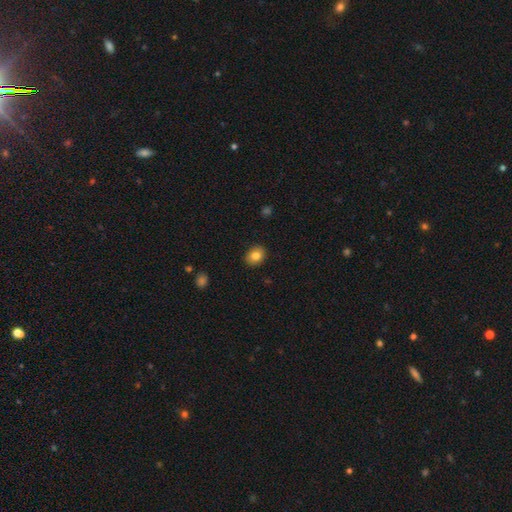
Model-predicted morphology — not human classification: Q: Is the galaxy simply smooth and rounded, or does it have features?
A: smooth — 82%.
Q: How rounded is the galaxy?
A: round — 57%.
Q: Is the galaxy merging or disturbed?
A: none — 90%.